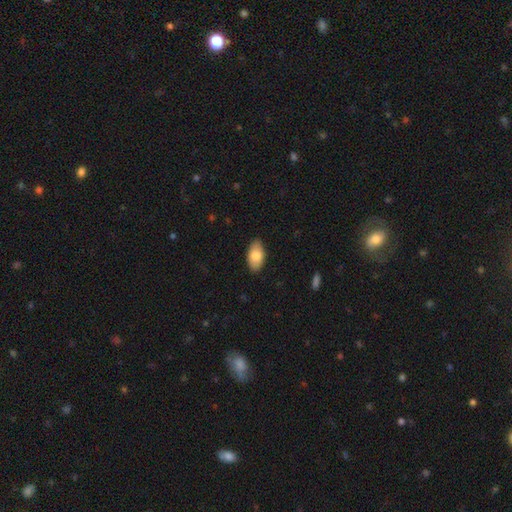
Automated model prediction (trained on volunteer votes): Smooth or featured? Predicted: smooth (p=0.82). How rounded? Predicted: in between (p=0.95). Merging? Predicted: none (p=0.87).